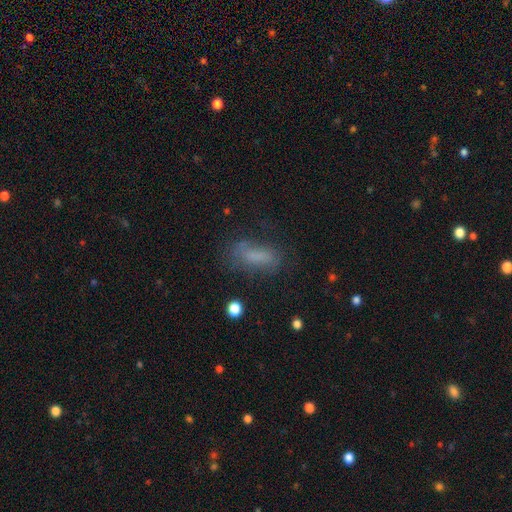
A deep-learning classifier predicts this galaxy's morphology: Smooth or featured?
  - smooth: 67% *
  - featured or disk: 19%
  - star or artifact: 14%
How rounded?
  - in between: 68% *
  - cigar-shaped: 29%
  - round: 3%
Merging?
  - none: 58% *
  - minor disturbance: 23%
  - major disturbance: 16%
  - merger: 3%